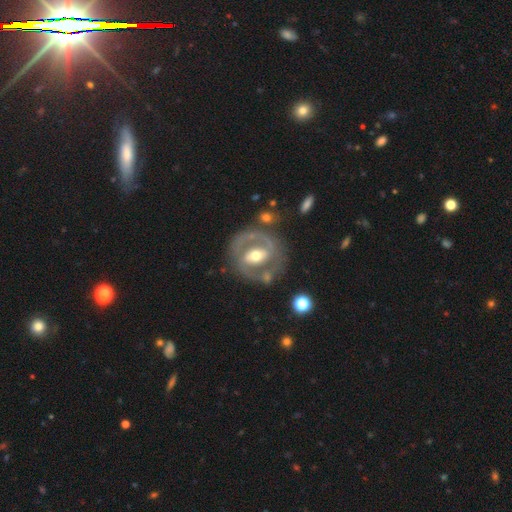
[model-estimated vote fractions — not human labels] featured or disk 80%, smooth 15%, star or artifact 5%. Down the decision tree: edge-on disk — no (96%); bar — strong (40%); spiral arms — yes (74%); spiral arm count — 2 (81%); spiral winding — medium (46%); bulge size — moderate (71%); merging — none (72%).